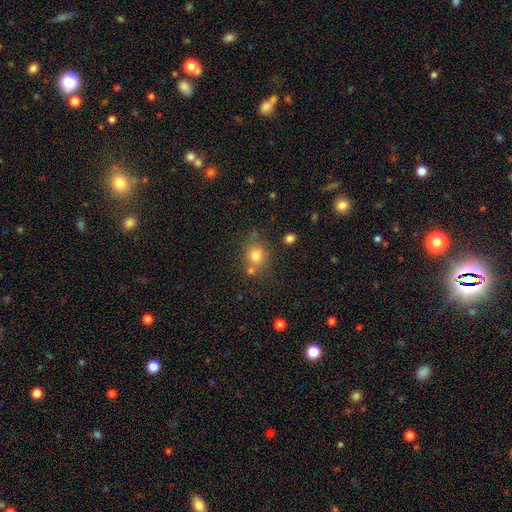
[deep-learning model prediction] This is likely a smooth galaxy (77%). How rounded: likely round (71%). Merging: likely none (65%).